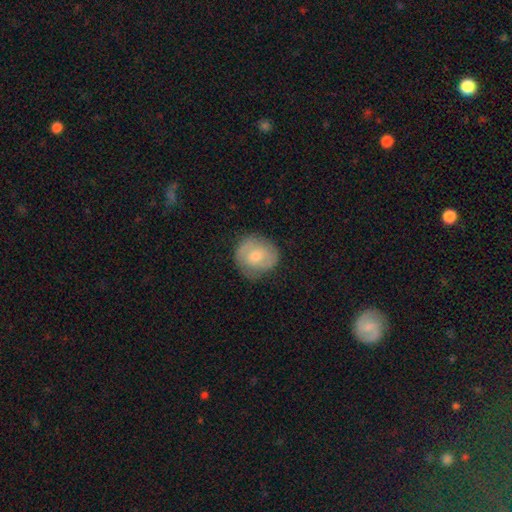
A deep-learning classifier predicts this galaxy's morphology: This appears to be a smooth galaxy with no disk features (61%) that is round (83%). Merging: none (73%).